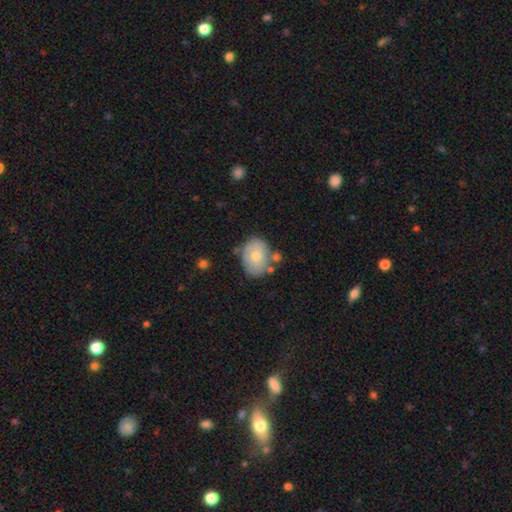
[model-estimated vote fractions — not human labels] Smooth or featured? Predicted: smooth (p=0.69). How rounded? Predicted: in between (p=0.67). Merging? Predicted: none (p=0.64).